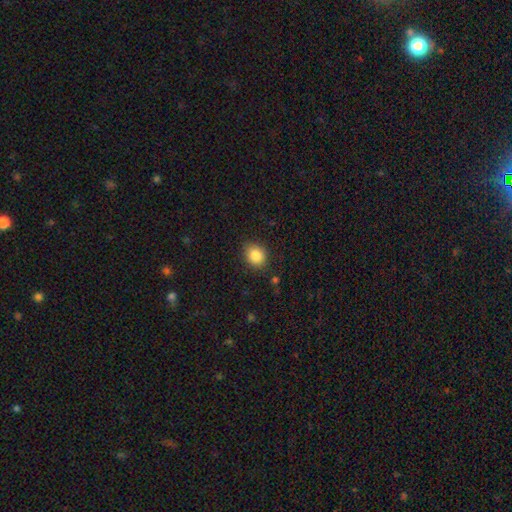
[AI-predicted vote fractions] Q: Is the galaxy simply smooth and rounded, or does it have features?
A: smooth — 85%.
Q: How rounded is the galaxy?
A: round — 71%.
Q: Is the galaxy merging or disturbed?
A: none — 87%.